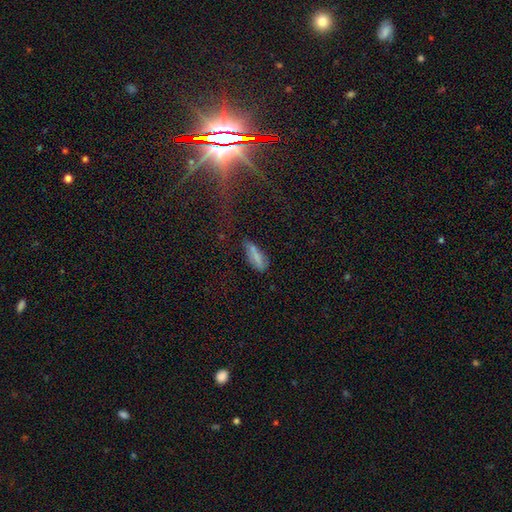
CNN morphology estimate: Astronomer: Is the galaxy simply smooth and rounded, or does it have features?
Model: smooth — 72%.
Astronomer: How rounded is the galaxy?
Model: in between — 57% (runner-up: cigar-shaped, 40%).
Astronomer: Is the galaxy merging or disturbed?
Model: none — 56%.